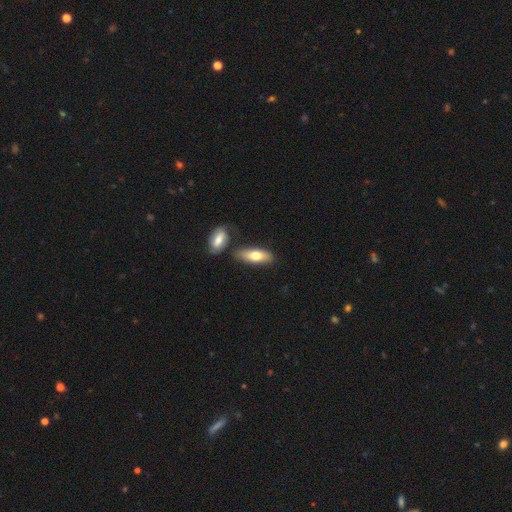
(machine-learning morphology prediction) smooth 71%, featured or disk 24%, star or artifact 6%. Down the decision tree: how rounded — in between (74%); merging — none (71%).